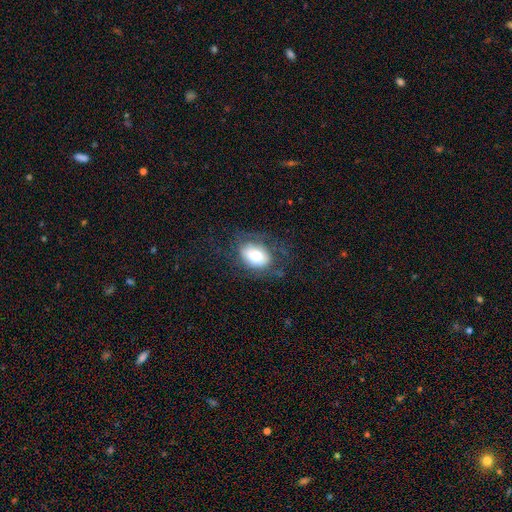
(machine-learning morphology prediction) This is likely a smooth galaxy (65%). How rounded: clearly in between (82%). Merging: possibly none (57%).